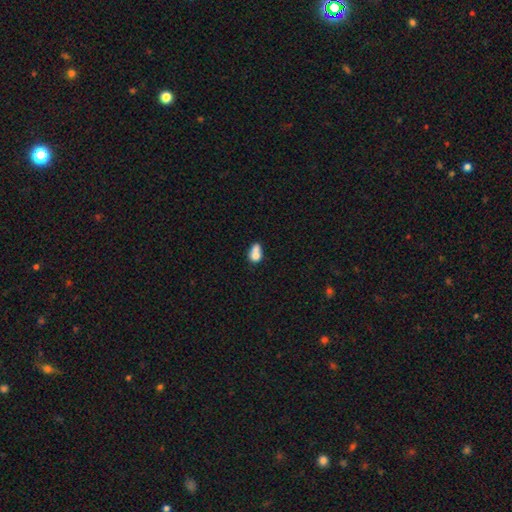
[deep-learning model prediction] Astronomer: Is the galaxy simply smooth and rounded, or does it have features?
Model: smooth — 72%.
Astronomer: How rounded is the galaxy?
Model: in between — 64%.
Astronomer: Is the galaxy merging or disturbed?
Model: merger — 47% (runner-up: none, 26%).